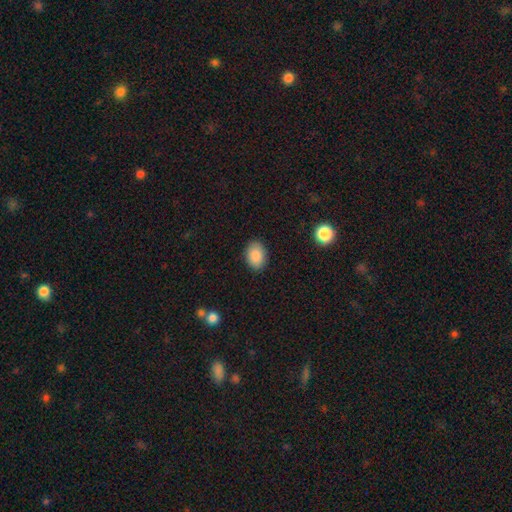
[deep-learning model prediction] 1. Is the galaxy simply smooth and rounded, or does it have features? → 88% smooth, 8% star or artifact, 4% featured or disk.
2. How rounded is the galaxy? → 76% in between, 23% round, 1% cigar-shaped.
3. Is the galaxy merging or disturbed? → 87% none, 9% minor disturbance, 2% major disturbance, 1% merger.